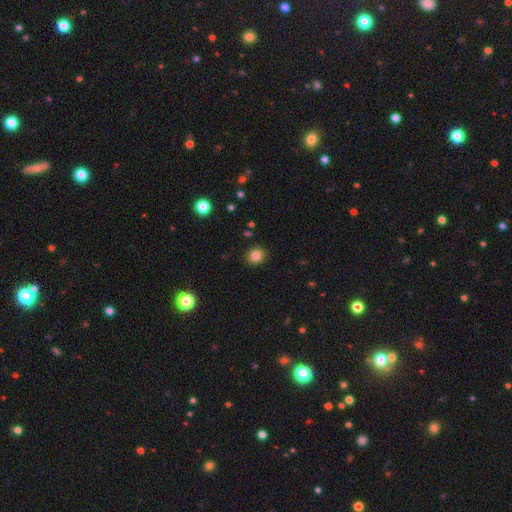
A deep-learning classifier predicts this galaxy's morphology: A smooth galaxy with no disk features (83%) that is round (78%).

Vote fractions:
- Smooth or featured? smooth: 83% / star or artifact: 12% / featured or disk: 5%
- How rounded? round: 78% / in between: 21% / cigar-shaped: 1%
- Merging? none: 90% / minor disturbance: 7% / major disturbance: 2% / merger: 1%